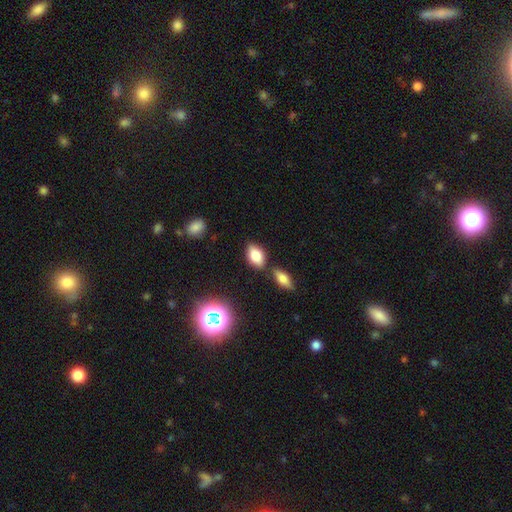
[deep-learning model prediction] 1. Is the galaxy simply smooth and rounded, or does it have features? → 76% smooth, 13% featured or disk, 11% star or artifact.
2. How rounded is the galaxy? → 88% in between, 8% round, 3% cigar-shaped.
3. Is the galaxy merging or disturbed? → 73% none, 13% minor disturbance, 11% merger, 3% major disturbance.